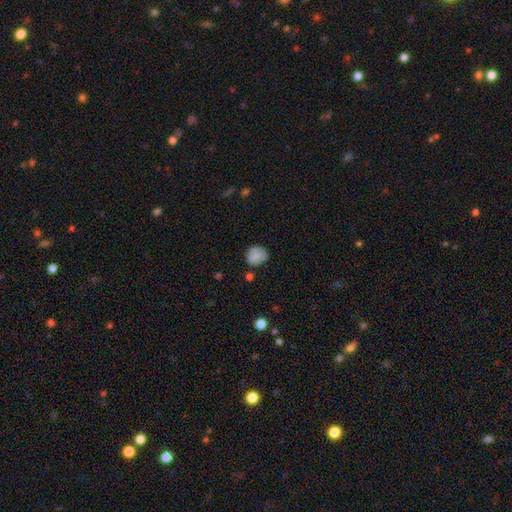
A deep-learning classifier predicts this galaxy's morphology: This appears to be a smooth galaxy with no disk features (77%) that is round (77%). Merging: none (72%).